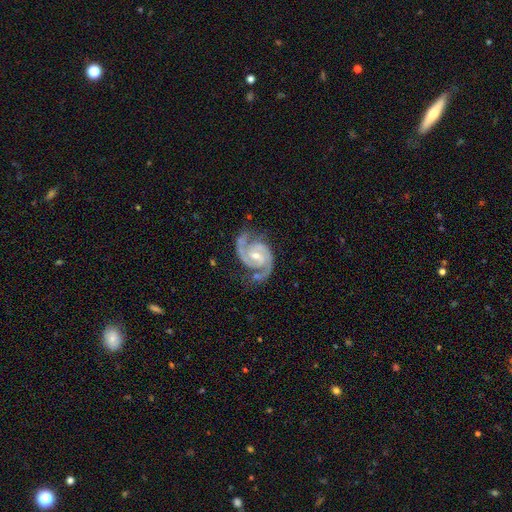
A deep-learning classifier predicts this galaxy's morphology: smooth-or-featured: featured or disk: 93% | star or artifact: 4% | smooth: 2%
  disk-edge-on: no: 98% | yes: 2%
    bar: weak: 41% (tied) | no: 41% (tied) | strong: 18%
    has-spiral-arms: yes: 99% | no: 1%
      spiral-winding: medium: 51% | tight: 41% | loose: 7%
      spiral-arm-count: 2: 92% | 3: 3% | can't tell: 2% | 1: 1% | 4: 1% | more than 4: 1%
    bulge-size: moderate: 49% | small: 47% | none: 2% | large: 2% | dominant: 1%
  merging: none: 74% | minor disturbance: 17% | major disturbance: 6% | merger: 2%